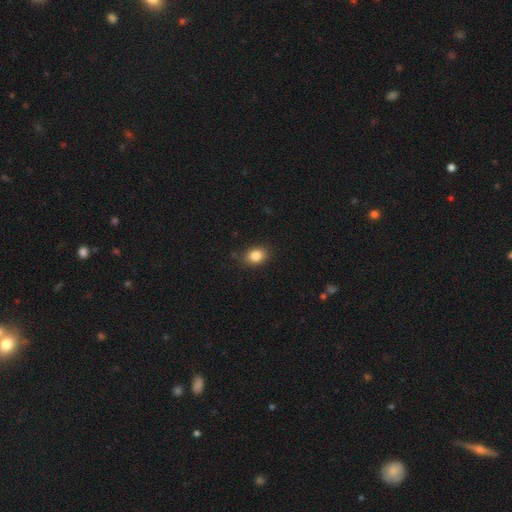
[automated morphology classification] Q: Smooth or featured?
A: smooth (85%); runner-up: star or artifact (9%)
Q: How rounded?
A: in between (69%); runner-up: round (30%)
Q: Merging?
A: none (86%); runner-up: minor disturbance (11%)